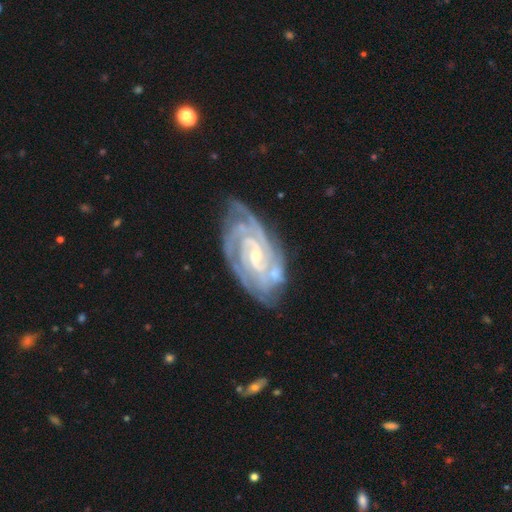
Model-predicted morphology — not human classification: Smooth or featured?
  - featured or disk: 91% *
  - star or artifact: 5%
  - smooth: 5%
Edge-on disk?
  - no: 96% *
  - yes: 4%
Bar?
  - weak: 46% *
  - no: 34%
  - strong: 20%
Spiral arms?
  - yes: 98% *
  - no: 2%
Spiral winding?
  - tight: 73% *
  - medium: 24%
  - loose: 3%
Spiral arm count?
  - 2: 29% *
  - 3: 28%
  - 4: 17%
  - can't tell: 16%
  - more than 4: 5%
  - 1: 5%
Bulge size?
  - small: 61% *
  - moderate: 34%
  - none: 2%
  - large: 2%
  - dominant: 1%
Merging?
  - none: 67% *
  - minor disturbance: 22%
  - major disturbance: 6%
  - merger: 4%